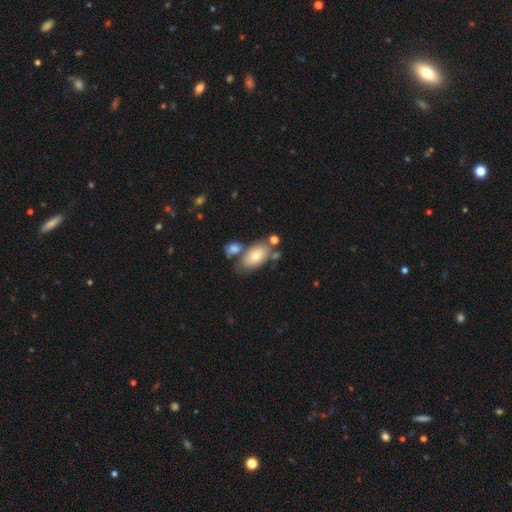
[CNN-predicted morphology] Q: Smooth or featured?
A: smooth (69%); runner-up: featured or disk (23%)
Q: How rounded?
A: in between (91%); runner-up: round (7%)
Q: Merging?
A: none (56%); runner-up: merger (24%)